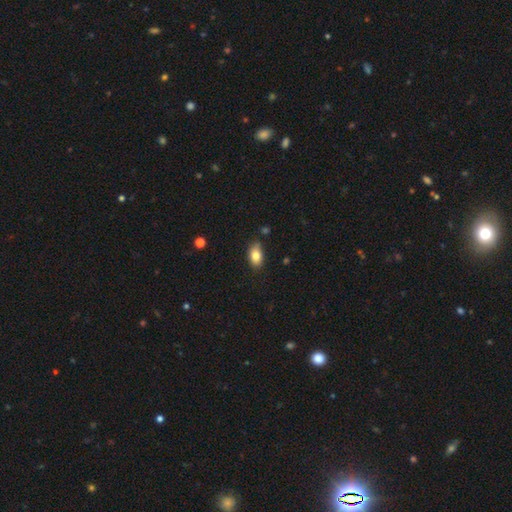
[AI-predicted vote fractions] Overall: smooth (82%). How rounded: in between (88%). Merging: none (75%).